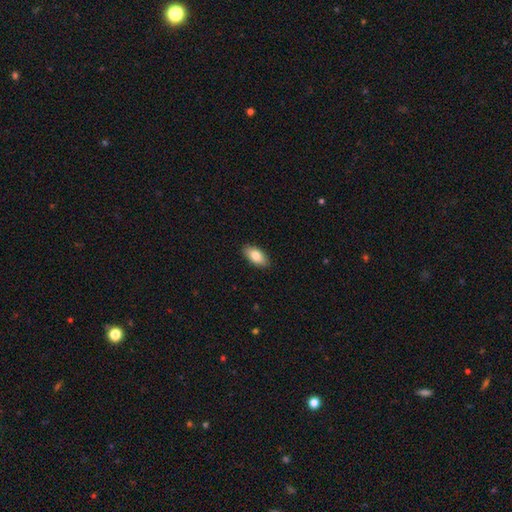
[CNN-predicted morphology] Smooth or featured? Predicted: smooth (p=0.82). How rounded? Predicted: in between (p=0.91). Merging? Predicted: none (p=0.89).